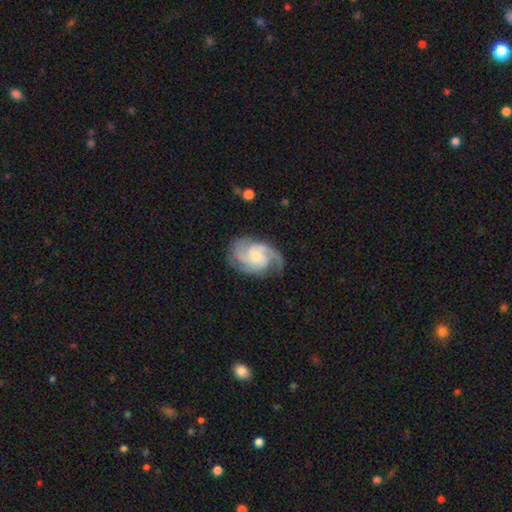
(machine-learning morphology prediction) smooth-or-featured: featured or disk: 87% | smooth: 8% | star or artifact: 5%
  disk-edge-on: no: 98% | yes: 2%
    bar: no: 61% | weak: 33% | strong: 6%
    has-spiral-arms: yes: 98% | no: 2%
      spiral-winding: medium: 47% | tight: 42% | loose: 12%
      spiral-arm-count: 3: 46% | 2: 22% | can't tell: 12% | 4: 9% | 1: 6% | more than 4: 5%
    bulge-size: small: 49% | moderate: 31% | none: 11% | large: 7% | dominant: 2%
  merging: none: 74% | minor disturbance: 17% | major disturbance: 8% | merger: 1%